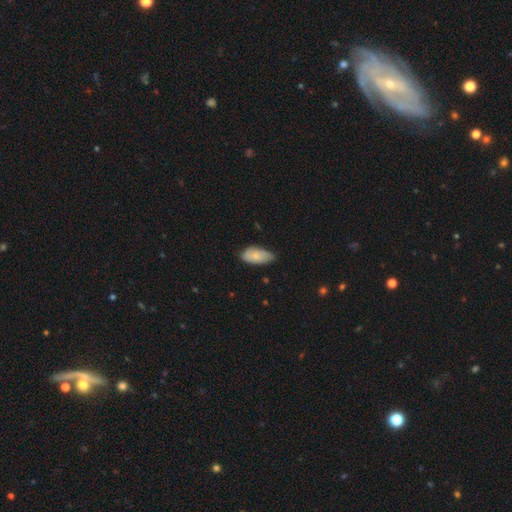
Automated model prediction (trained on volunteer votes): Smooth or featured?
  - smooth: 77% *
  - featured or disk: 17%
  - star or artifact: 6%
How rounded?
  - in between: 92% *
  - cigar-shaped: 6%
  - round: 2%
Merging?
  - none: 59% *
  - minor disturbance: 35%
  - major disturbance: 5%
  - merger: 1%